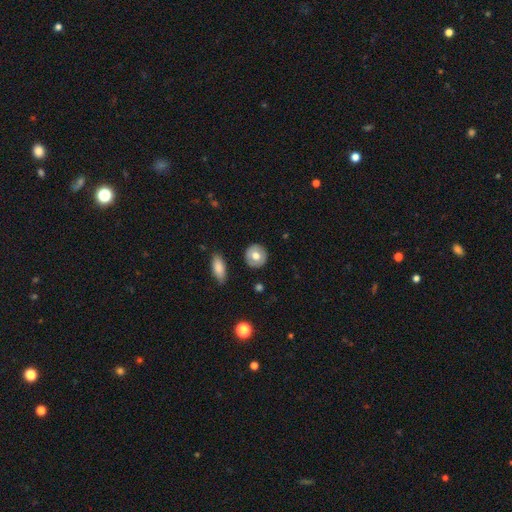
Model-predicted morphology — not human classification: This is likely a smooth galaxy (68%). How rounded: clearly round (89%). Merging: clearly none (88%).